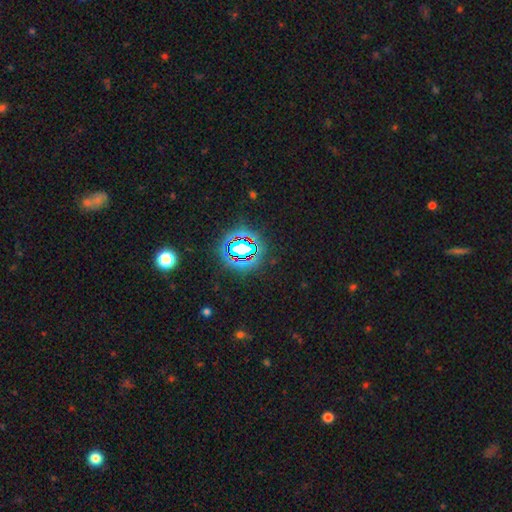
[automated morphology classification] A star or artifact, not a galaxy (79%).